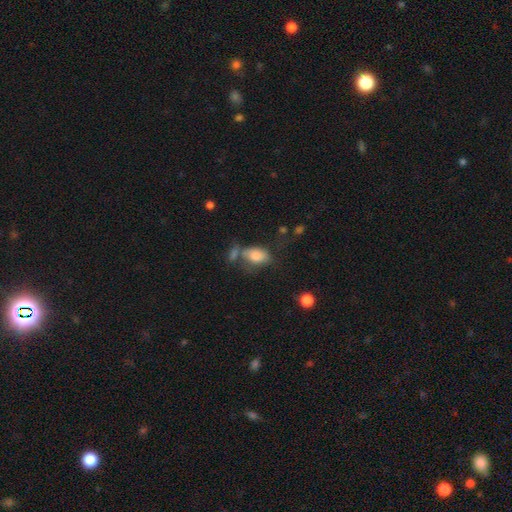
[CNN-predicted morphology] Smooth or featured: smooth — 78% (featured or disk — 13%)
How rounded: in between — 90% (round — 6%)
Merging: none — 39% (merger — 23%)